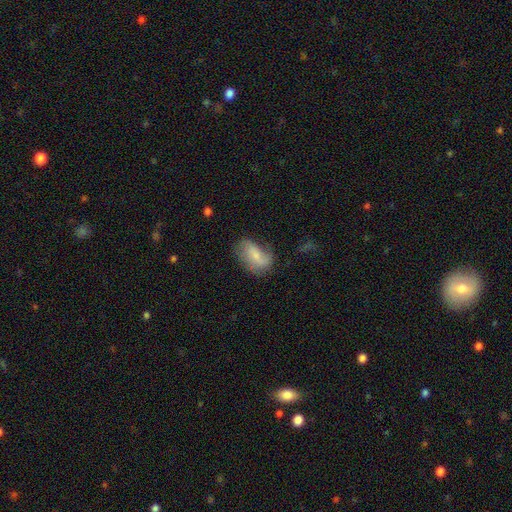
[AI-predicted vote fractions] This appears to be a smooth galaxy with no disk features (57%) that is in between round and cigar-shaped (89%). Merging: none (50%).